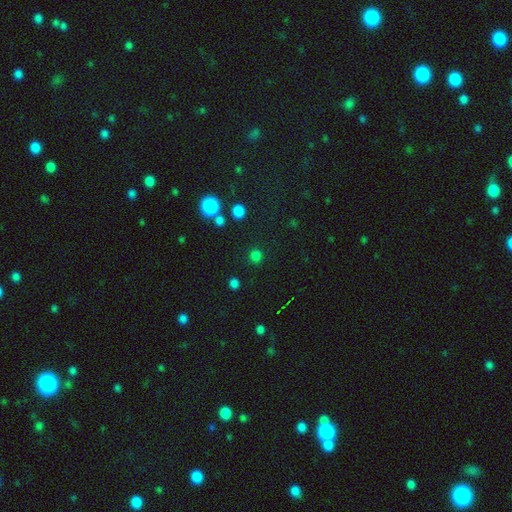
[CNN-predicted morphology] A smooth galaxy with no disk features (75%) that is round (87%).

Vote fractions:
- Smooth or featured? smooth: 75% / star or artifact: 20% / featured or disk: 4%
- How rounded? round: 87% / in between: 12% / cigar-shaped: 1%
- Merging? none: 84% / minor disturbance: 8% / merger: 4% / major disturbance: 3%